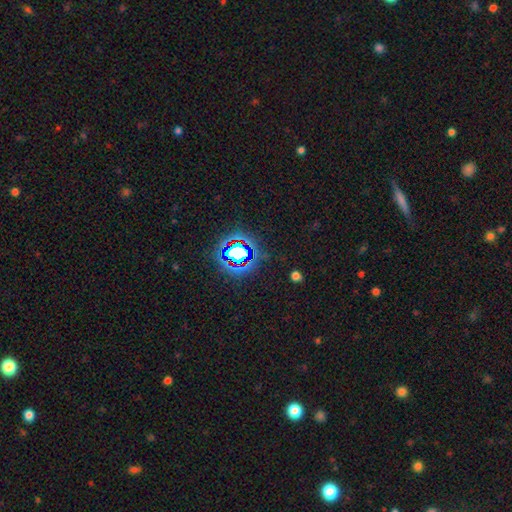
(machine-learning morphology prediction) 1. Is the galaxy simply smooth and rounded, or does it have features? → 79% star or artifact, 14% smooth, 7% featured or disk.